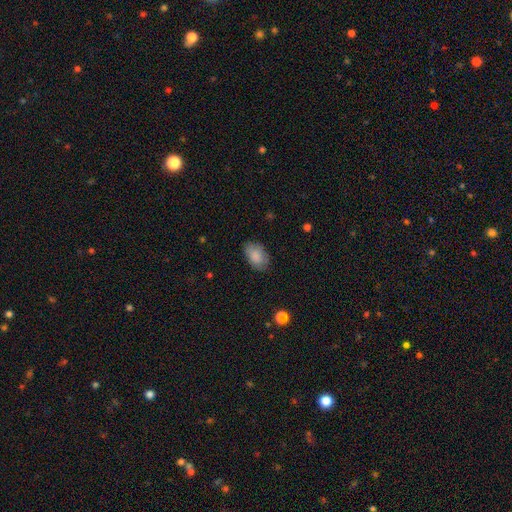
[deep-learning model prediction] smooth-or-featured: smooth: 85% | featured or disk: 8% | star or artifact: 7%
  how-rounded: in between: 91% | round: 7% | cigar-shaped: 1%
  merging: none: 78% | minor disturbance: 17% | major disturbance: 4% | merger: 1%